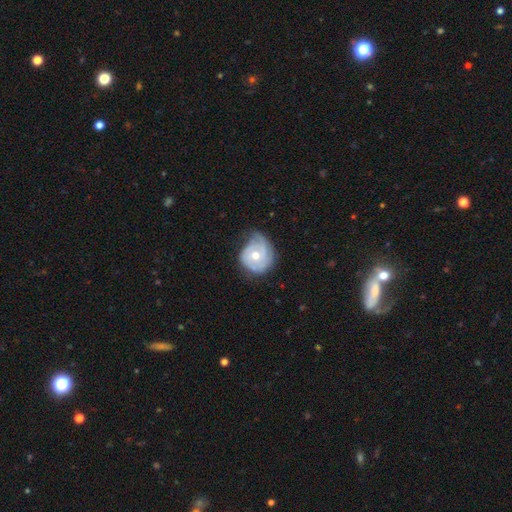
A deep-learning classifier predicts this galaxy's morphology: Overall: featured or disk (64%; smooth 30%). Edge-on disk: no (97%). Bar: no (82%). Spiral arms: yes (74%). Bulge size: moderate (73%). Merging: none (45%; minor disturbance 36%).